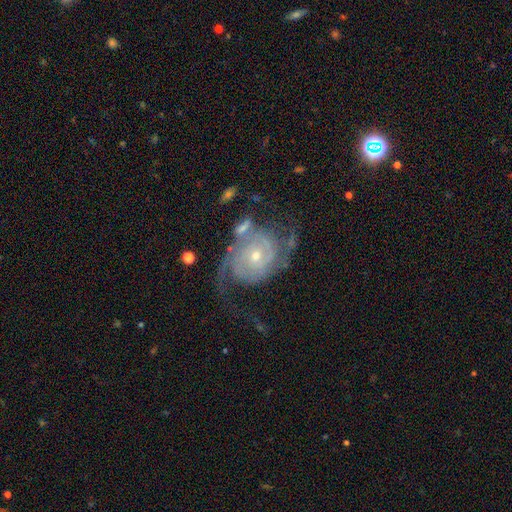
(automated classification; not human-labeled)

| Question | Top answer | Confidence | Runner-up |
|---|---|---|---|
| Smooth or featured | featured or disk | 90% | smooth (5%) |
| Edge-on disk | no | 97% | yes (3%) |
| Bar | no | 72% | weak (23%) |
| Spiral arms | yes | 97% | no (3%) |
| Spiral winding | tight | 53% | medium (34%) |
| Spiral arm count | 2 | 59% | can't tell (14%) |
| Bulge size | small | 58% | moderate (39%) |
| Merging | none | 52% | major disturbance (20%) |